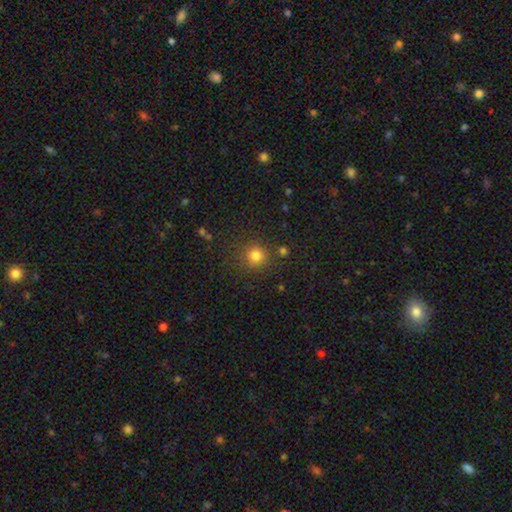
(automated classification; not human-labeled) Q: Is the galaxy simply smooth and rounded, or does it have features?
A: smooth — 80%.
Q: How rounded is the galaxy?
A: round — 91%.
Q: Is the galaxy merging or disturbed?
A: none — 81%.